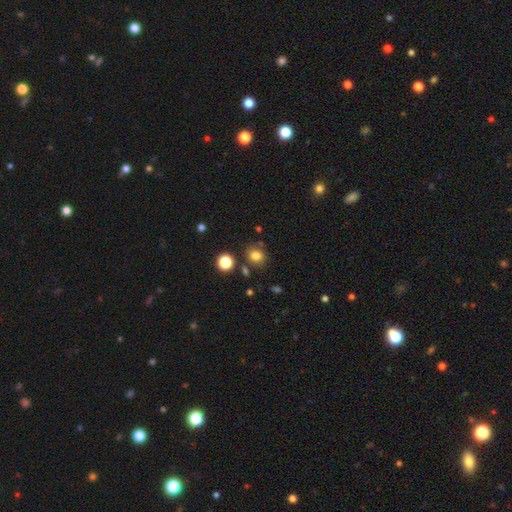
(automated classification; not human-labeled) Smooth or featured? smooth (80%)
How rounded? round (73%)
Merging? none (77%)